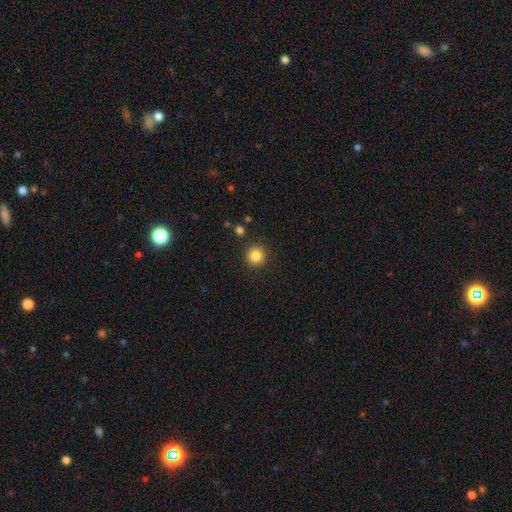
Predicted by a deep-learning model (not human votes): smooth-or-featured: smooth: 84% | star or artifact: 11% | featured or disk: 5%
  how-rounded: round: 95% | in between: 4% | cigar-shaped: 1%
  merging: none: 91% | minor disturbance: 5% | major disturbance: 2% | merger: 2%